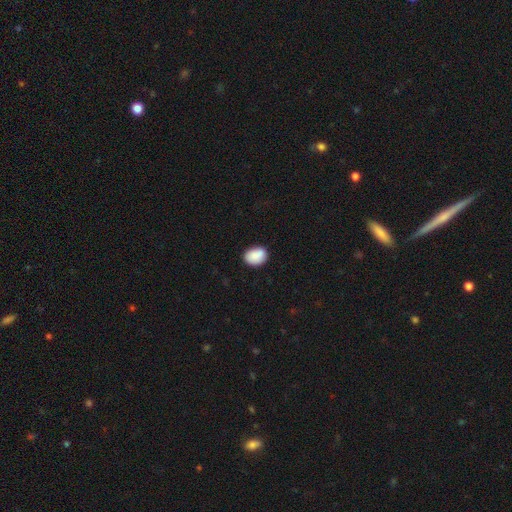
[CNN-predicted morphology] Smooth or featured? smooth (89%)
How rounded? in between (69%)
Merging? none (81%)